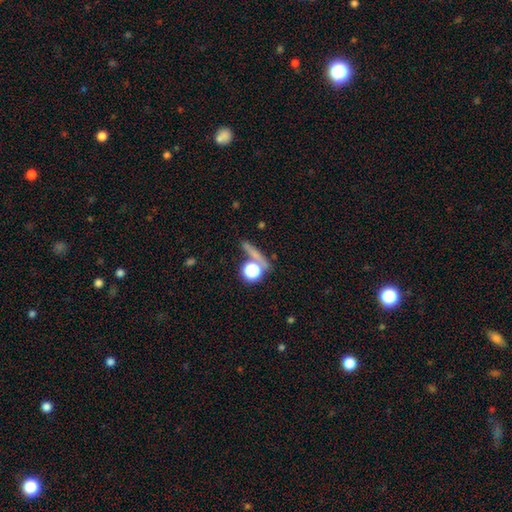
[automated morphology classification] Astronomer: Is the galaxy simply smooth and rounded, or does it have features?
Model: smooth — 53%.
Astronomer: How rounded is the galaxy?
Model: round — 48% (runner-up: cigar-shaped, 36%).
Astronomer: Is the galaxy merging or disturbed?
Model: none — 66%.